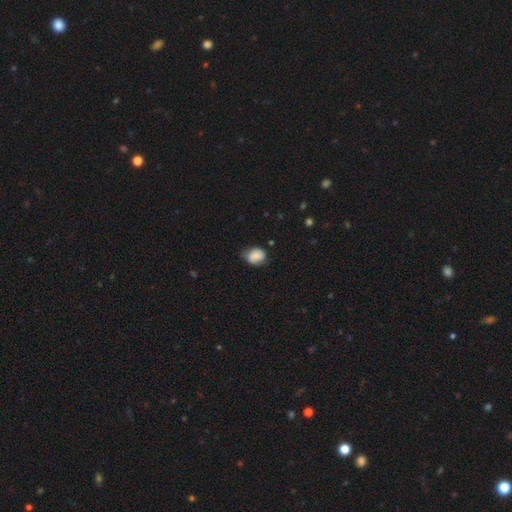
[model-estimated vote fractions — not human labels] smooth_or_featured: smooth (p=0.78) [alt: featured or disk p=0.13]
how_rounded: in between (p=0.53) [alt: round p=0.46]
merging: none (p=0.63) [alt: minor disturbance p=0.29]